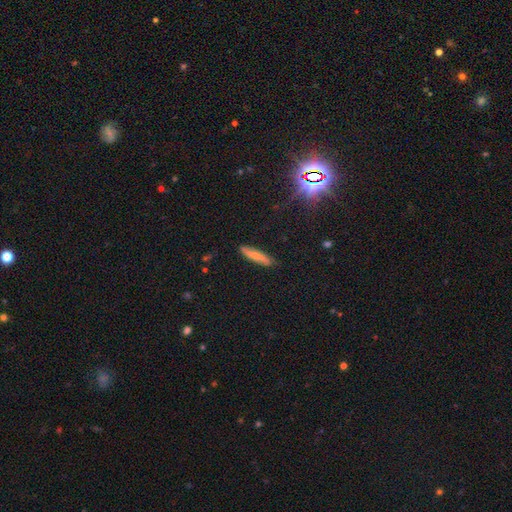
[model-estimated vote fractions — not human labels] This appears to be a smooth galaxy with no disk features (63%) that is cigar-shaped (83%). Merging: none (83%).